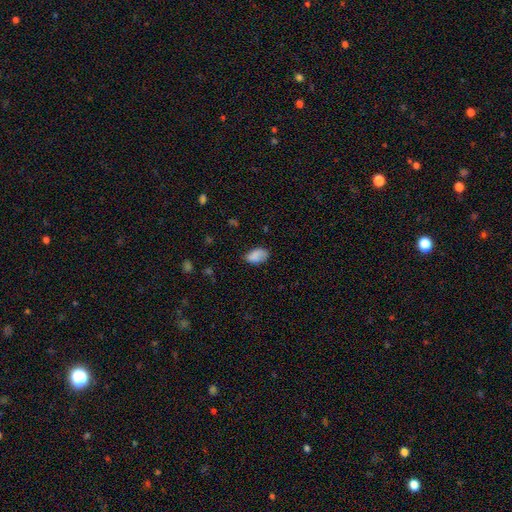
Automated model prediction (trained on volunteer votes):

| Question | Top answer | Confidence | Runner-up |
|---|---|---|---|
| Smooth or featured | smooth | 83% | star or artifact (8%) |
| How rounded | in between | 89% | round (9%) |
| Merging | none | 68% | minor disturbance (24%) |